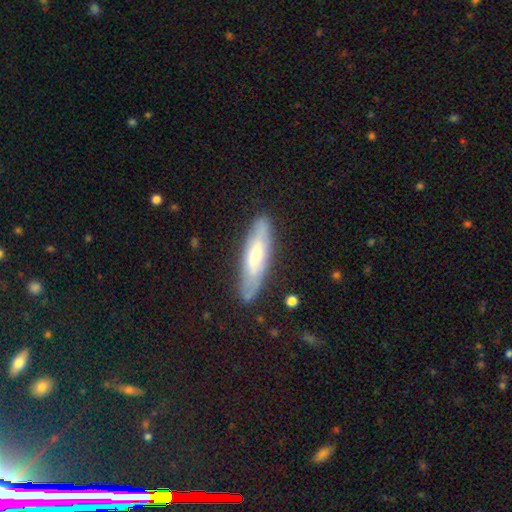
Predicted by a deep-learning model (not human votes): Morphology: type=smooth (54%); roundness=cigar-shaped (69%); merging=none (80%).